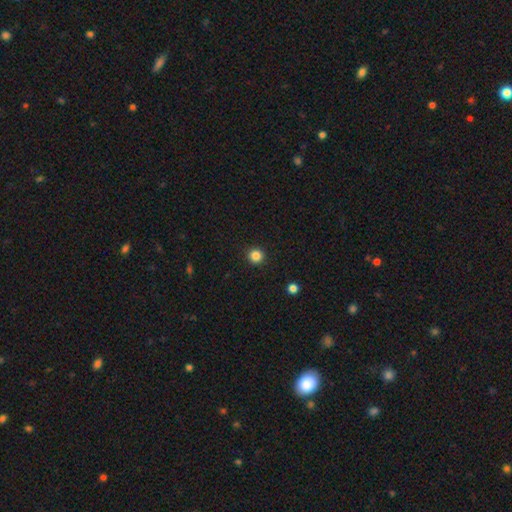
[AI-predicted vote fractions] This appears to be a smooth galaxy with no disk features (85%) that is round (95%). Merging: none (93%).